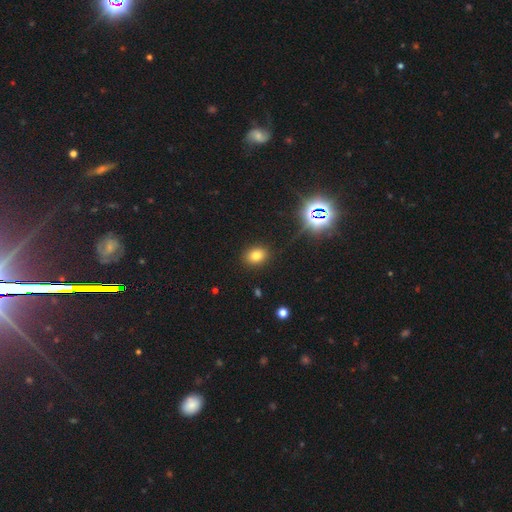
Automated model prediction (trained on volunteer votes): A smooth galaxy with no disk features (76%) that is in between round and cigar-shaped (56%). Merging: none (88%).